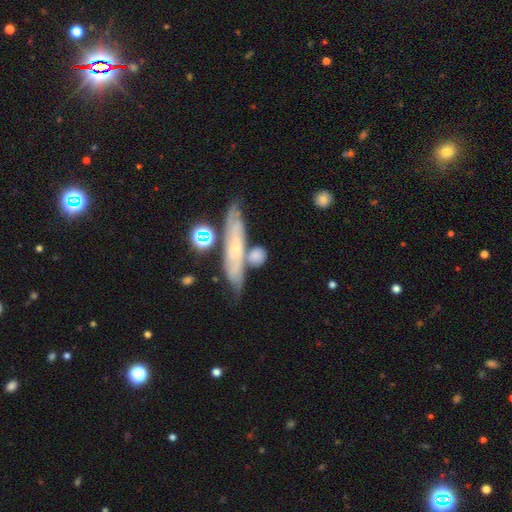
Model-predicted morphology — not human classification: Smooth or featured? Predicted: smooth (p=0.56). How rounded? Predicted: round (p=0.38). Merging? Predicted: none (p=0.53).